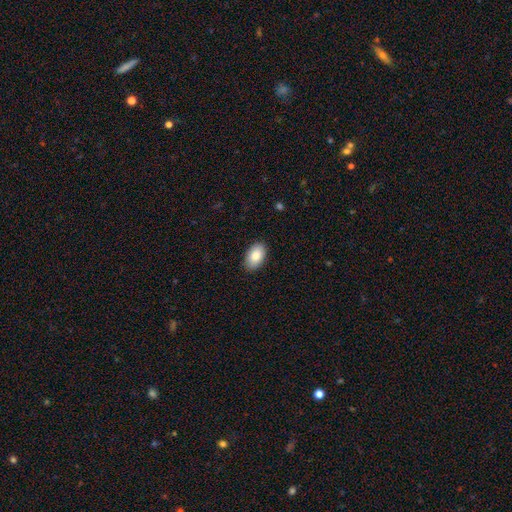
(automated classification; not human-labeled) Smooth or featured?
  - smooth: 84% *
  - featured or disk: 9%
  - star or artifact: 7%
How rounded?
  - in between: 93% *
  - round: 6%
  - cigar-shaped: 1%
Merging?
  - none: 89% *
  - minor disturbance: 9%
  - major disturbance: 2%
  - merger: 1%